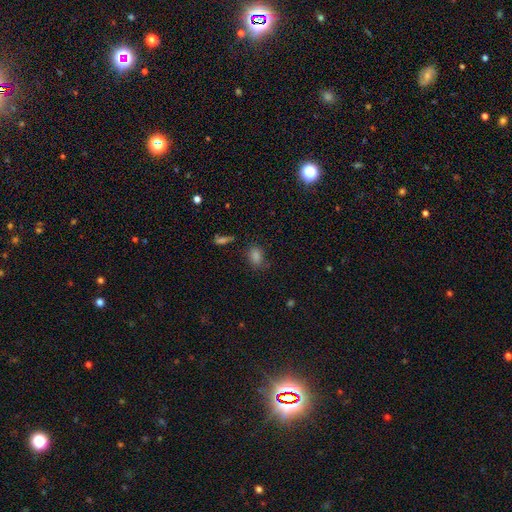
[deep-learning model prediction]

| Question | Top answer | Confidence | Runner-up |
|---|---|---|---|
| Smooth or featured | smooth | 74% | star or artifact (20%) |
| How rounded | in between | 71% | round (27%) |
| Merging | none | 75% | minor disturbance (16%) |